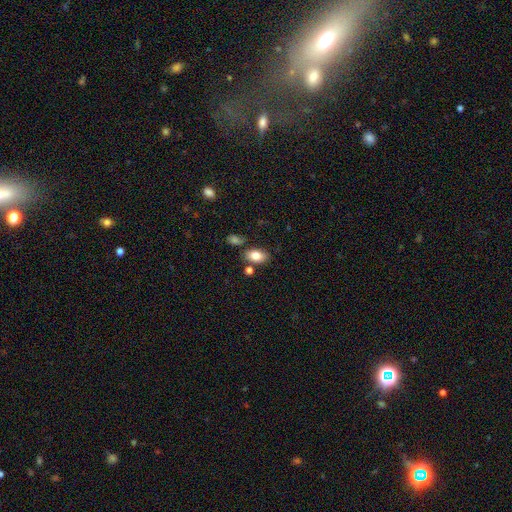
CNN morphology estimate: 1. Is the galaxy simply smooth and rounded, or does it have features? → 82% smooth, 10% featured or disk, 8% star or artifact.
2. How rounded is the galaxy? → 90% in between, 8% round, 2% cigar-shaped.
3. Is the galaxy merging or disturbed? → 73% none, 14% minor disturbance, 9% merger, 4% major disturbance.